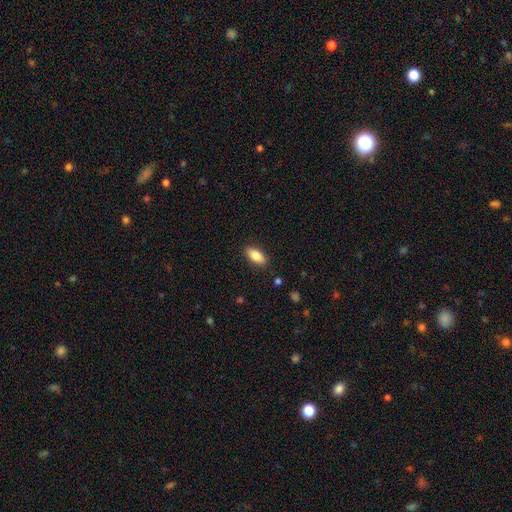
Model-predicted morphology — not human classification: Smooth or featured?
  - smooth: 83% *
  - featured or disk: 10%
  - star or artifact: 7%
How rounded?
  - in between: 88% *
  - cigar-shaped: 9%
  - round: 3%
Merging?
  - none: 88% *
  - minor disturbance: 9%
  - major disturbance: 2%
  - merger: 1%